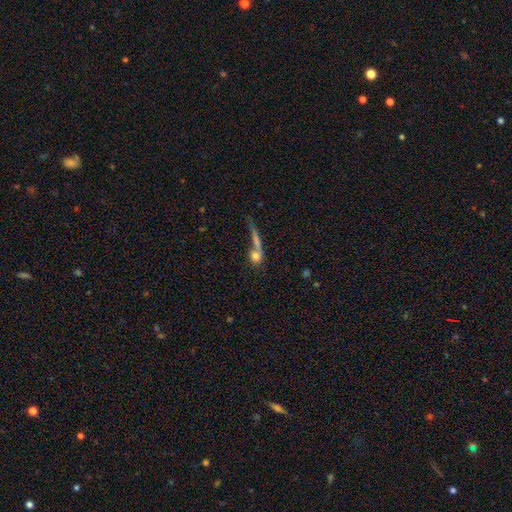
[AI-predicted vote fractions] smooth-or-featured: smooth: 68% | featured or disk: 20% | star or artifact: 12%
  how-rounded: round: 63% | in between: 22% | cigar-shaped: 15%
  merging: merger: 38% | none: 37% | major disturbance: 14% | minor disturbance: 11%